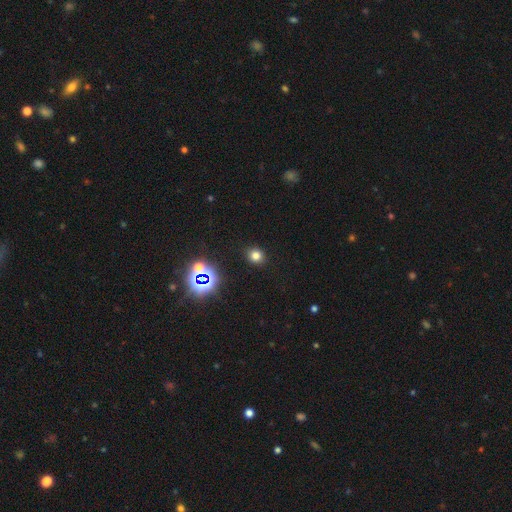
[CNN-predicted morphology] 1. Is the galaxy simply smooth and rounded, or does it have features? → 73% smooth, 21% star or artifact, 6% featured or disk.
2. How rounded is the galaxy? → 78% round, 21% in between, 1% cigar-shaped.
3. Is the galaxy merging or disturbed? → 90% none, 7% minor disturbance, 2% major disturbance, 1% merger.